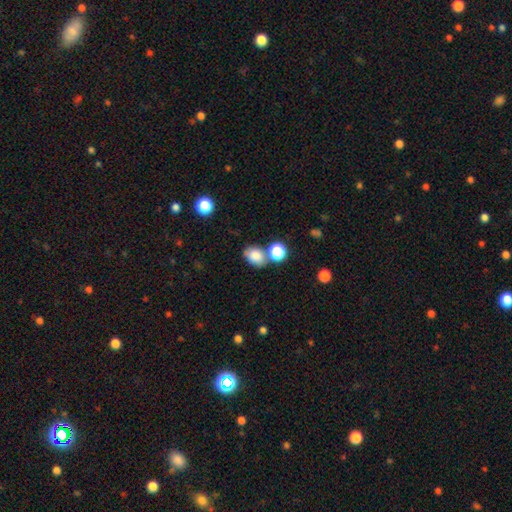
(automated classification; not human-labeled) Smooth or featured? Predicted: smooth (p=0.81). How rounded? Predicted: in between (p=0.66). Merging? Predicted: none (p=0.57).